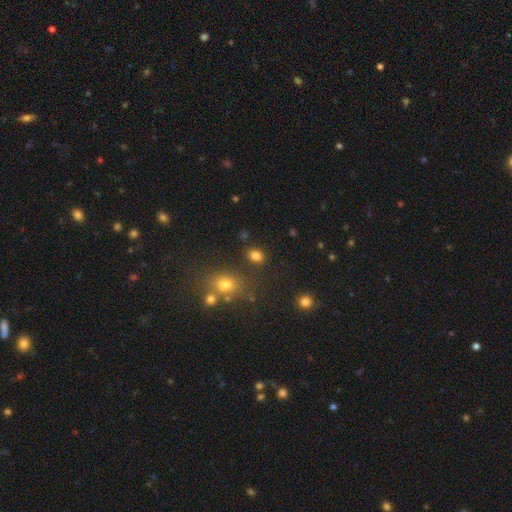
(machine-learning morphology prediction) The model was most divided on "how rounded": in between: 63%, round: 36%, cigar-shaped: 1%. More confident: smooth or featured — smooth (81%); merging — none (79%).